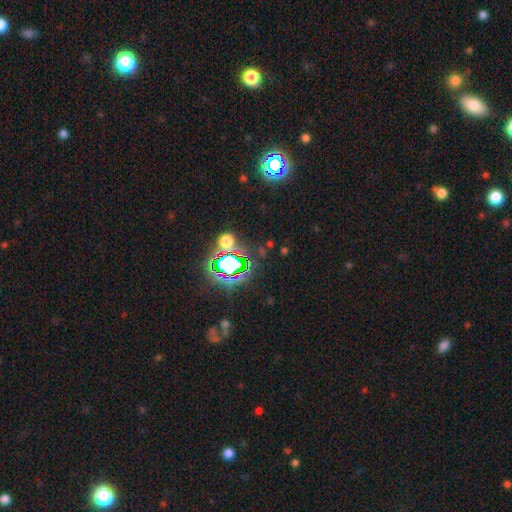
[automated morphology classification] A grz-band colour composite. It shows a star or artifact, not a galaxy (80%).